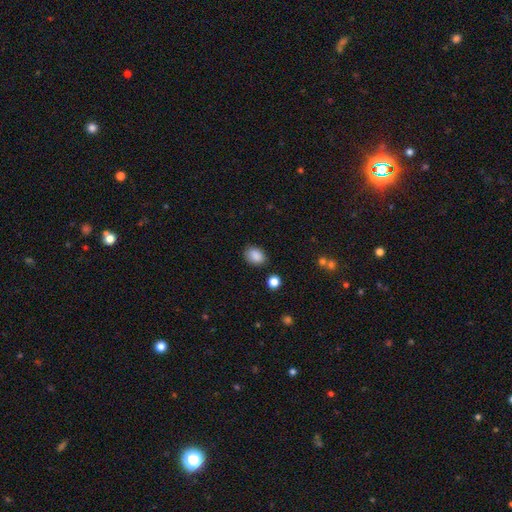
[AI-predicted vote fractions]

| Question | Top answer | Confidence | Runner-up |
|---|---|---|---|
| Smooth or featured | smooth | 88% | star or artifact (8%) |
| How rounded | in between | 69% | round (30%) |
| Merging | none | 82% | minor disturbance (13%) |